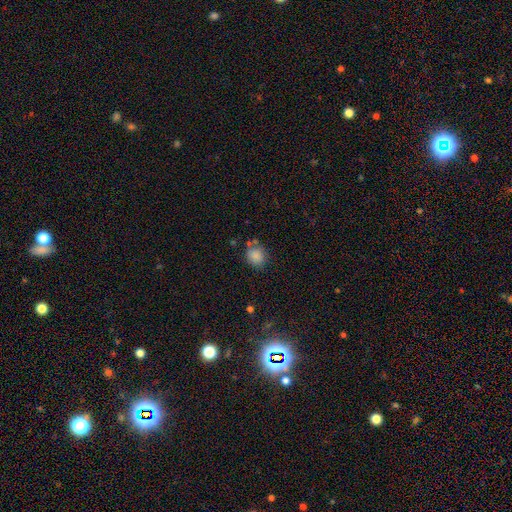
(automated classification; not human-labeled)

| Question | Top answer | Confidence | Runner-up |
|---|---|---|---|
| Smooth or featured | smooth | 84% | star or artifact (11%) |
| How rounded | round | 75% | in between (24%) |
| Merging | none | 70% | minor disturbance (16%) |